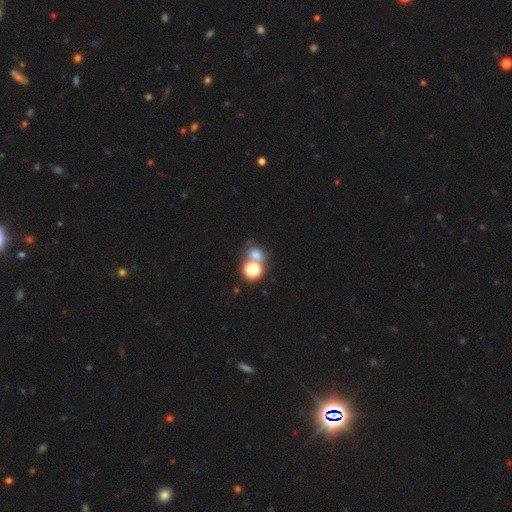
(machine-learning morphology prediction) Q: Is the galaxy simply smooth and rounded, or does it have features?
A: smooth — 63%.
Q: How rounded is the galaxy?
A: round — 70%.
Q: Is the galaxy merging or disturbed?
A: none — 49%.